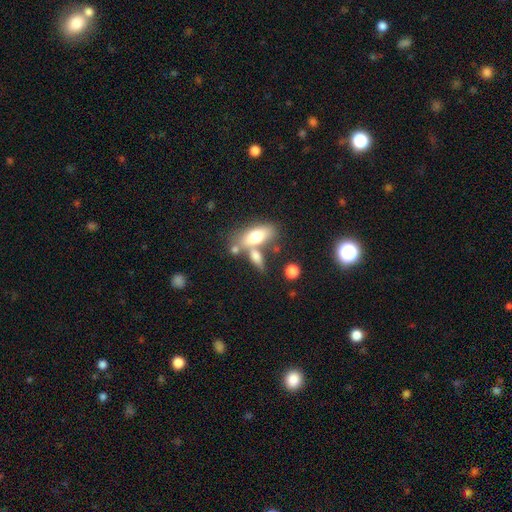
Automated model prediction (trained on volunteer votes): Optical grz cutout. It shows a smooth galaxy with no disk features (67%) that is in between round and cigar-shaped (68%). Merging: none (42%).